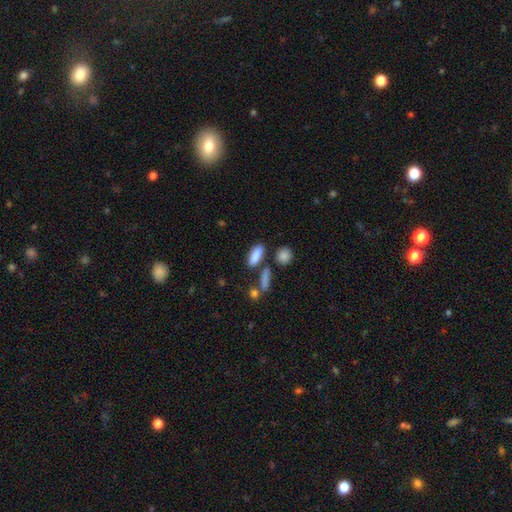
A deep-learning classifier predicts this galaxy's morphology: Smooth or featured?
  - smooth: 85% *
  - star or artifact: 8%
  - featured or disk: 7%
How rounded?
  - in between: 70% *
  - cigar-shaped: 25%
  - round: 5%
Merging?
  - none: 72% *
  - minor disturbance: 12%
  - merger: 12%
  - major disturbance: 4%